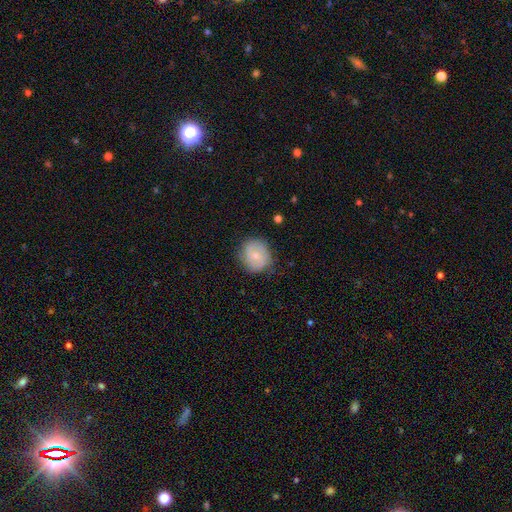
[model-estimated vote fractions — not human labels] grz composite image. It shows a smooth galaxy with no disk features (57%) that is round (81%). Merging: none (75%).